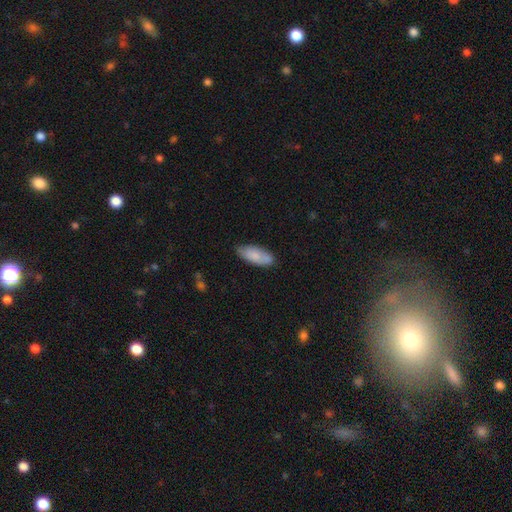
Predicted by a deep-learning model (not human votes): smooth 81%, featured or disk 13%, star or artifact 6%. Down the decision tree: how rounded — in between (81%); merging — none (71%).